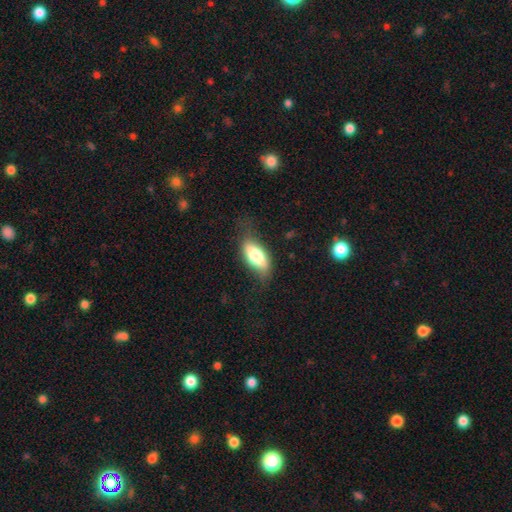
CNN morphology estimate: This appears to be a smooth galaxy with no disk features (65%) that is in between round and cigar-shaped (81%). Merging: none (65%).